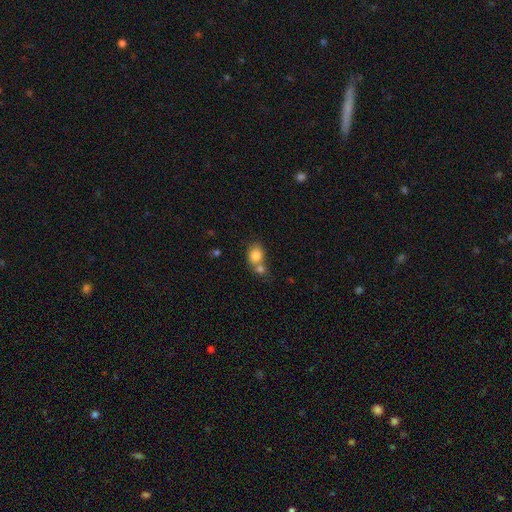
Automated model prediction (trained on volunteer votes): Morphology: type=smooth (82%); roundness=round (60%); merging=merger (50%).